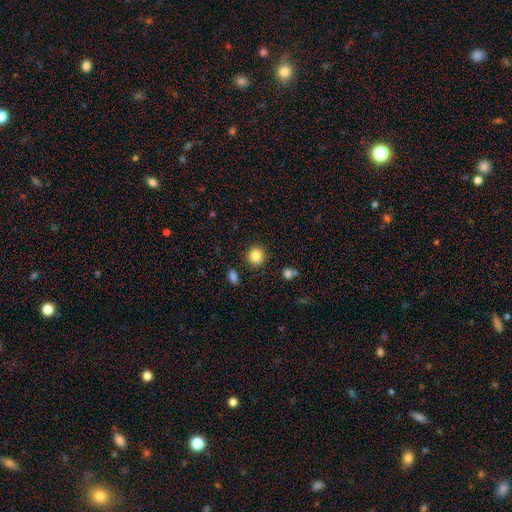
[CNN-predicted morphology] smooth 84%, star or artifact 10%, featured or disk 6%. Down the decision tree: how rounded — round (89%); merging — none (88%).